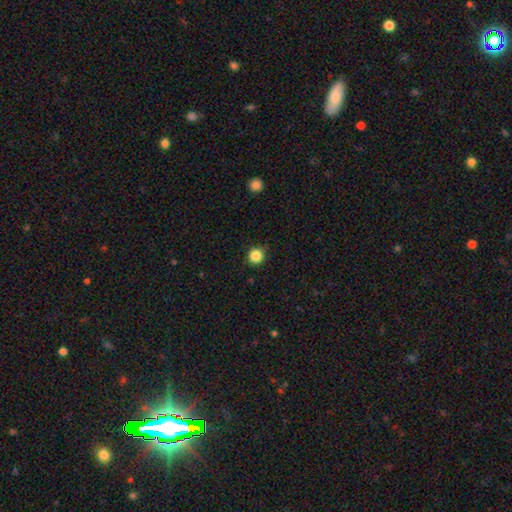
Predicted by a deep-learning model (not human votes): A smooth galaxy with no disk features (86%) that is round (94%).

Vote fractions:
- Smooth or featured? smooth: 86% / star or artifact: 11% / featured or disk: 3%
- How rounded? round: 94% / in between: 5% / cigar-shaped: 1%
- Merging? none: 88% / minor disturbance: 9% / major disturbance: 2% / merger: 1%